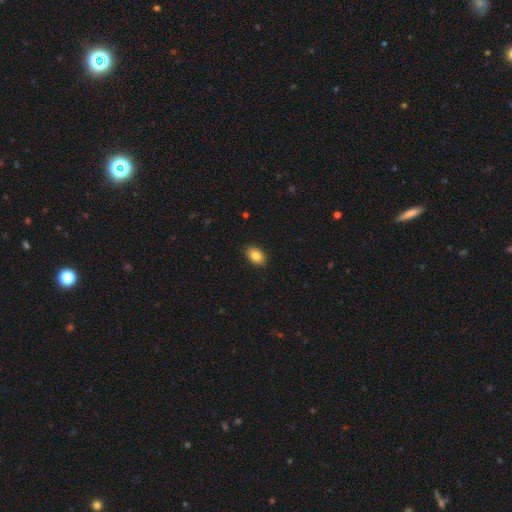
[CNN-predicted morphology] Smooth or featured: smooth — 86% (star or artifact — 8%)
How rounded: in between — 88% (round — 10%)
Merging: none — 90% (minor disturbance — 8%)